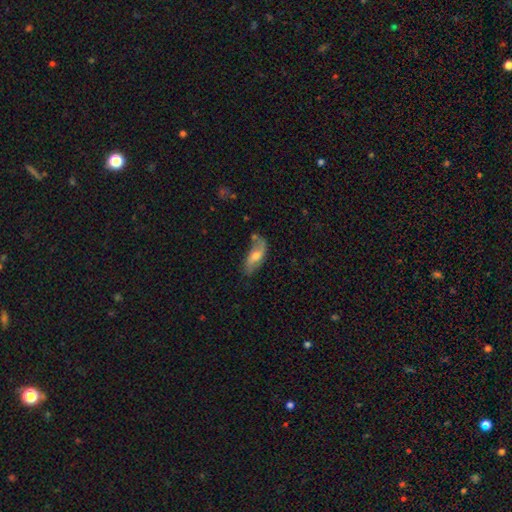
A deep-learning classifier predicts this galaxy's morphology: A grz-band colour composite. It shows a featured or disk galaxy (54%). Merging: none (55%).